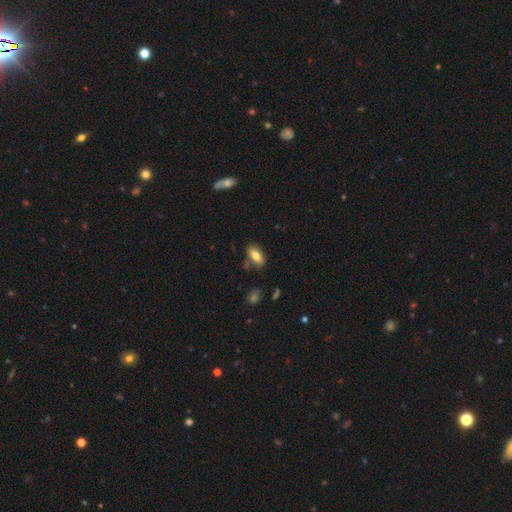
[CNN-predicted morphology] Smooth or featured? smooth (78%)
How rounded? in between (87%)
Merging? none (72%)